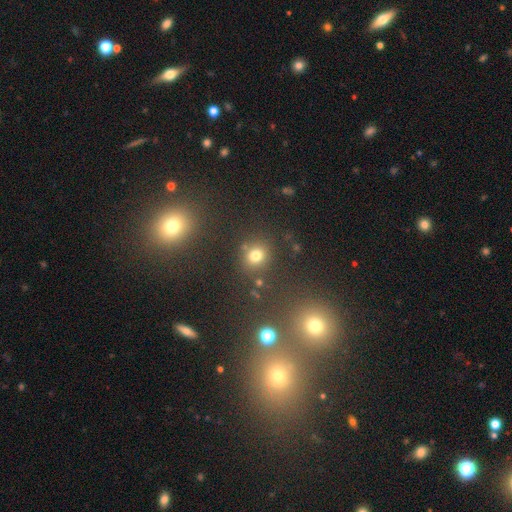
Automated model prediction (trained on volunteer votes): Smooth or featured: smooth — 70% (star or artifact — 23%)
How rounded: round — 81% (in between — 17%)
Merging: none — 78% (minor disturbance — 10%)